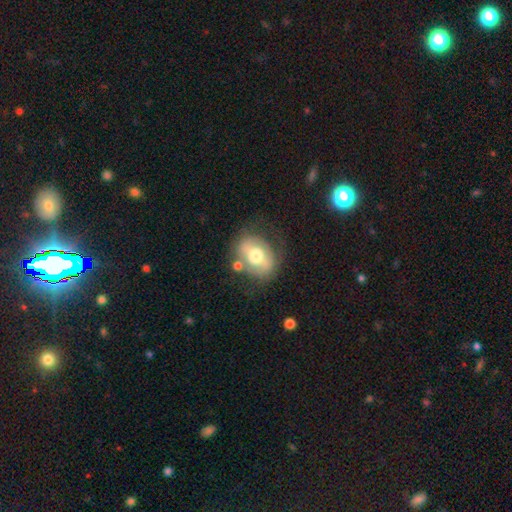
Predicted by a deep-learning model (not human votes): A featured or disk galaxy (50%). Merging: none (63%).